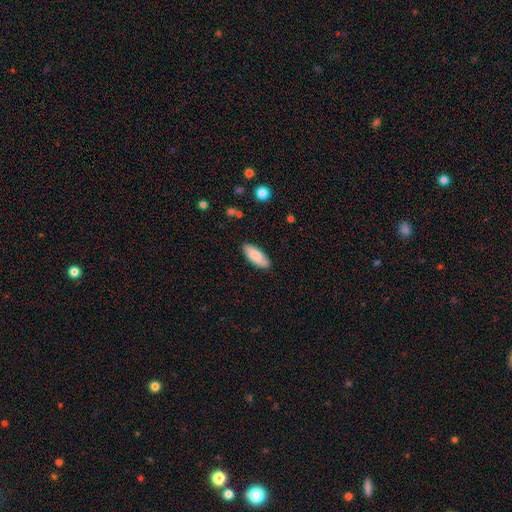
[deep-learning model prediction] Smooth or featured? smooth (81%)
How rounded? in between (80%)
Merging? none (85%)